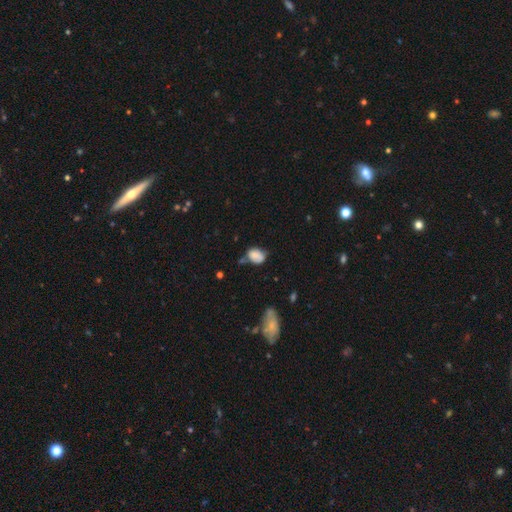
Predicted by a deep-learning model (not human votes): This appears to be a smooth galaxy with no disk features (75%) that is in between round and cigar-shaped (71%). Merging: none (40%).